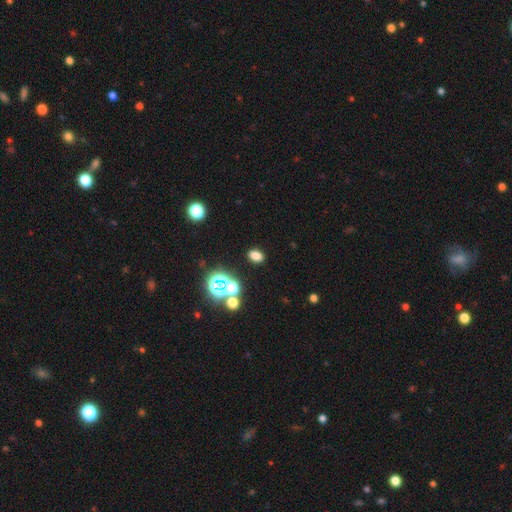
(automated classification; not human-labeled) Q: Smooth or featured?
A: smooth (73%); runner-up: star or artifact (20%)
Q: How rounded?
A: in between (78%); runner-up: round (21%)
Q: Merging?
A: none (86%); runner-up: minor disturbance (7%)